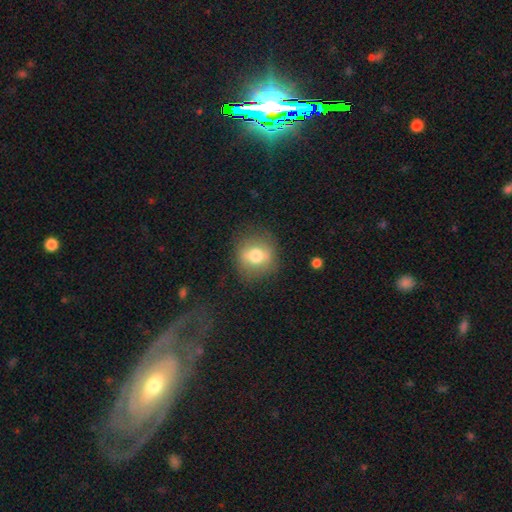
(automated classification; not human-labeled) smooth_or_featured: smooth (p=0.67) [alt: featured or disk p=0.24]
how_rounded: round (p=0.79) [alt: in between p=0.19]
merging: none (p=0.79) [alt: minor disturbance p=0.14]